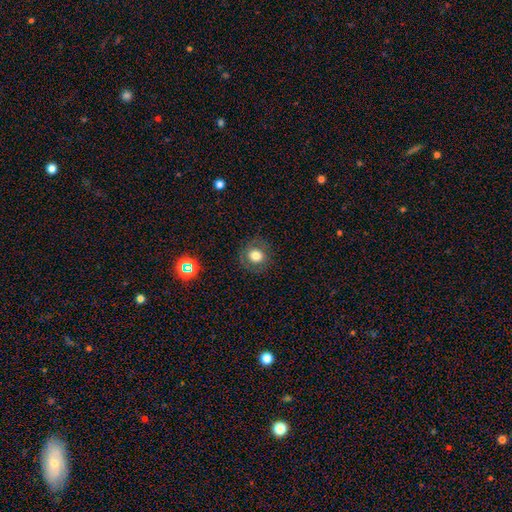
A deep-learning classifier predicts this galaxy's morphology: smooth_or_featured: smooth (p=0.72) [alt: featured or disk p=0.16]
how_rounded: round (p=0.85) [alt: in between p=0.14]
merging: none (p=0.83) [alt: minor disturbance p=0.10]